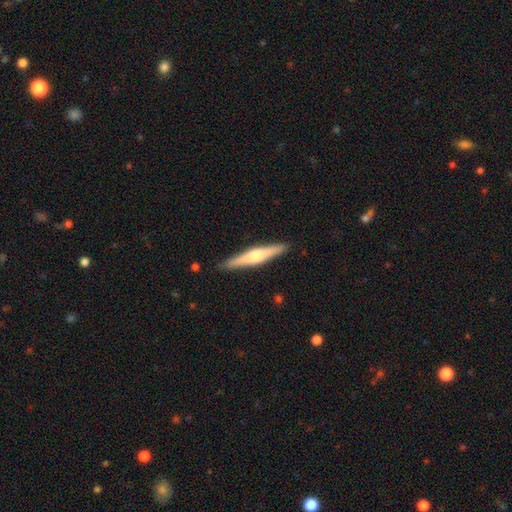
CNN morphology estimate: smooth_or_featured: featured or disk (p=0.65) [alt: smooth p=0.30]
disk_edge_on: yes (p=0.97) [alt: no p=0.03]
edge_on_bulge: rounded (p=0.86) [alt: boxy p=0.08]
merging: none (p=0.90) [alt: minor disturbance p=0.07]